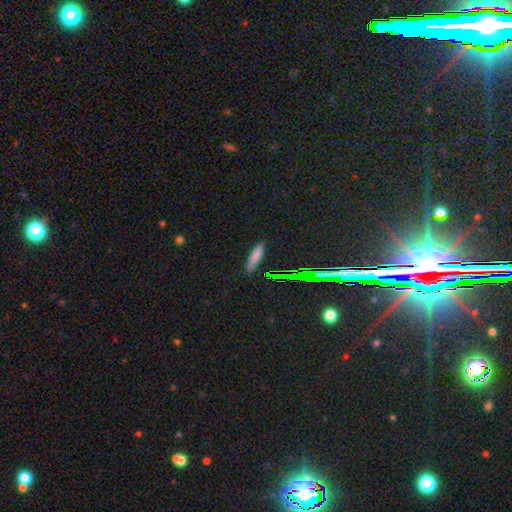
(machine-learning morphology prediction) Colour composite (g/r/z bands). It shows a smooth galaxy with no disk features (74%) that is cigar-shaped (70%). Merging: none (84%).